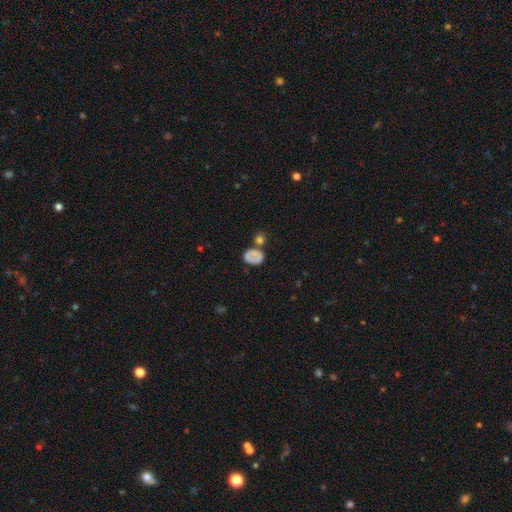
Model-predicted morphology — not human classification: smooth 66%, featured or disk 22%, star or artifact 12%. Down the decision tree: how rounded — in between (51%); merging — none (58%).